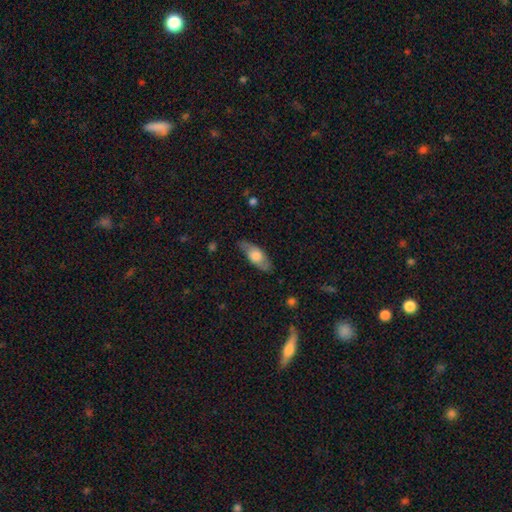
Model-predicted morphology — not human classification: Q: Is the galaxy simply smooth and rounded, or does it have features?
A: smooth — 59%.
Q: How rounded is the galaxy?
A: in between — 76%.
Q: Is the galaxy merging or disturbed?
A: none — 77%.